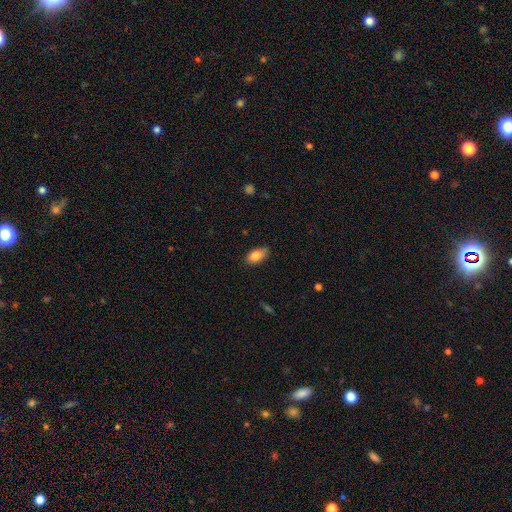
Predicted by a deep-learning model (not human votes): smooth_or_featured: smooth (p=0.84) [alt: featured or disk p=0.08]
how_rounded: in between (p=0.90) [alt: round p=0.06]
merging: none (p=0.76) [alt: minor disturbance p=0.20]